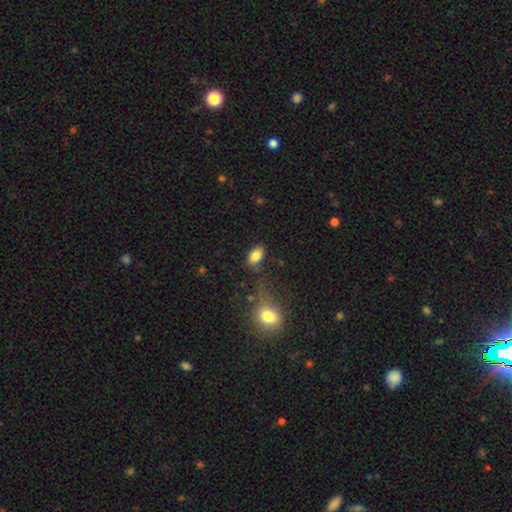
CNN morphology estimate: type=smooth (84%); roundness=in between (89%); merging=none (77%).